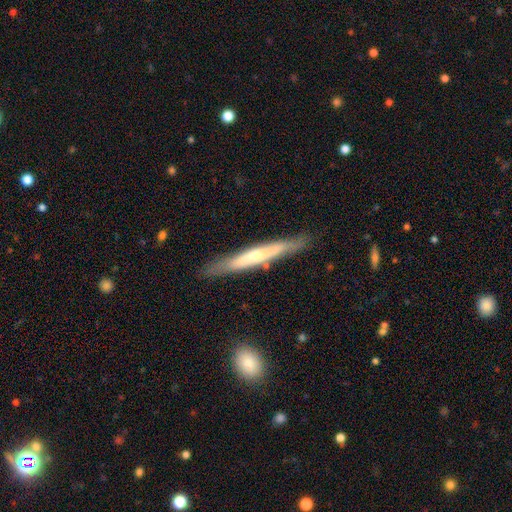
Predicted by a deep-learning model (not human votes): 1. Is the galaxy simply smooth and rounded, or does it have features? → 61% featured or disk, 32% smooth, 7% star or artifact.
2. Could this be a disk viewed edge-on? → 94% yes, 6% no.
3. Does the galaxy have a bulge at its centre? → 53% rounded, 39% none, 9% boxy.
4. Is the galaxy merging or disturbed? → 87% none, 10% minor disturbance, 2% major disturbance, 2% merger.